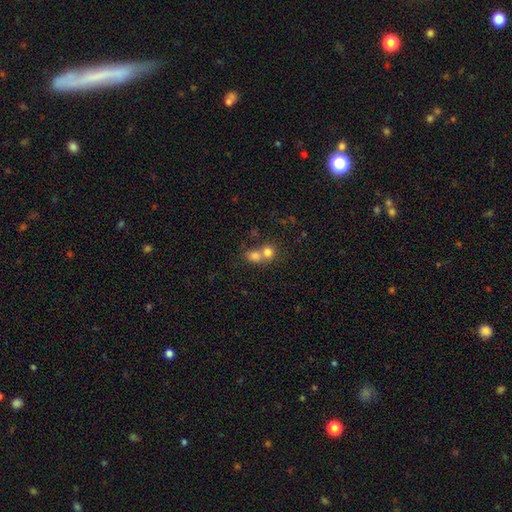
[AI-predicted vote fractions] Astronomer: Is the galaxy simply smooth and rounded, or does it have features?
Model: smooth — 71%.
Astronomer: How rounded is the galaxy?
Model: round — 74%.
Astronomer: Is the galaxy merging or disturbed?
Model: merger — 60%.